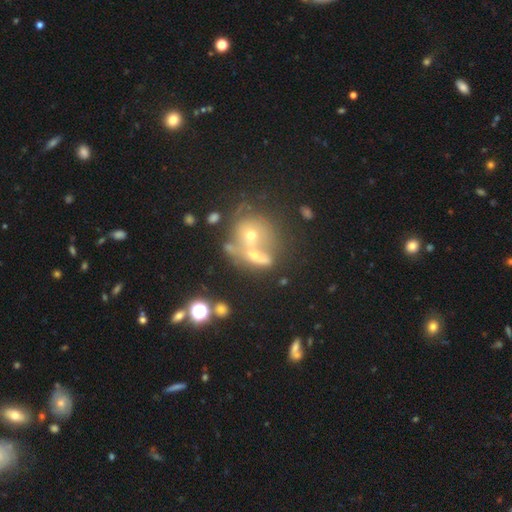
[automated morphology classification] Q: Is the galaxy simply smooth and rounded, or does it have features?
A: smooth — 52%.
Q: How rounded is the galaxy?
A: round — 52%.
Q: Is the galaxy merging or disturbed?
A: merger — 60%.